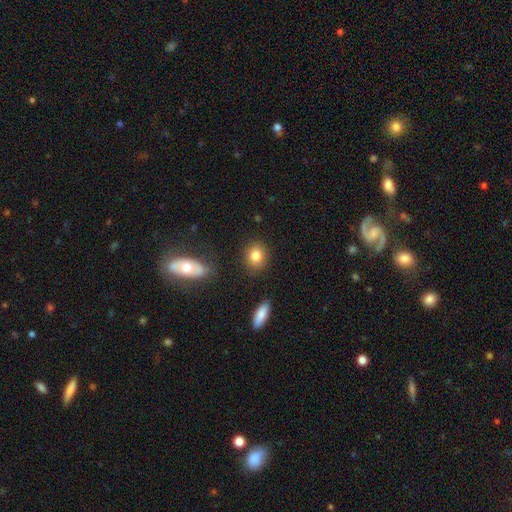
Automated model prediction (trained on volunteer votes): smooth_or_featured: smooth (p=0.83) [alt: star or artifact p=0.09]
how_rounded: round (p=0.68) [alt: in between p=0.31]
merging: none (p=0.85) [alt: minor disturbance p=0.09]